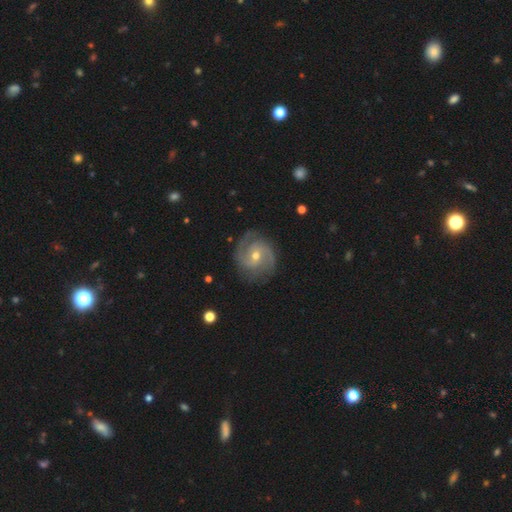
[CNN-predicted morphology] This is clearly a featured or disk galaxy (90%). It is clearly not viewed edge-on (98%). Bar: possibly no (55%). Spiral arm pattern: clearly yes (98%). Spiral arm count: likely 2 (70%). Spiral winding: possibly medium (46%). Central bulge: possibly small (52%). Merging: clearly none (82%).